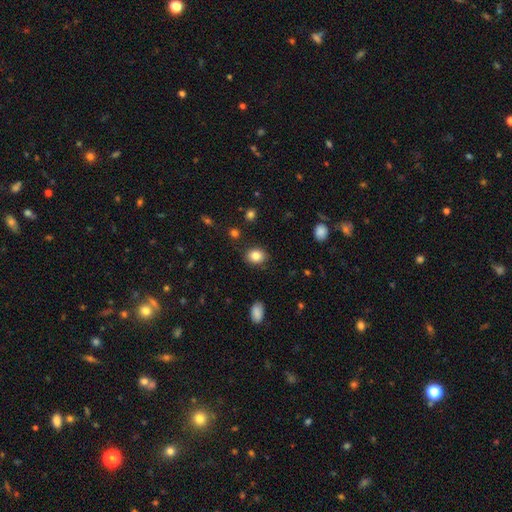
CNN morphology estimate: Smooth or featured?
  - smooth: 84% *
  - star or artifact: 9%
  - featured or disk: 7%
How rounded?
  - in between: 52% *
  - round: 47%
  - cigar-shaped: 1%
Merging?
  - none: 86% *
  - minor disturbance: 10%
  - major disturbance: 3%
  - merger: 2%